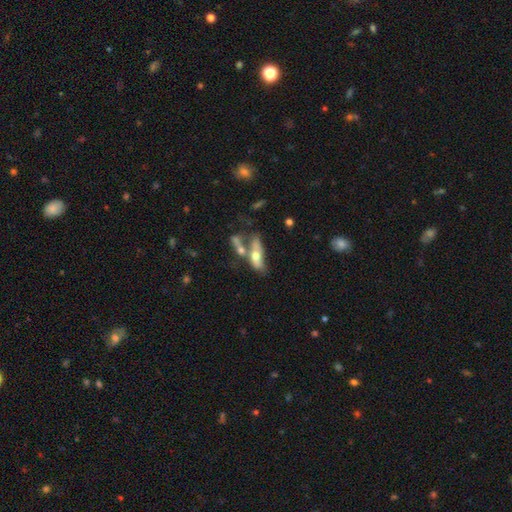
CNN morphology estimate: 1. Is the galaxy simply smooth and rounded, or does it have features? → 49% smooth, 43% featured or disk, 8% star or artifact.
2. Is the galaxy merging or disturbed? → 47% merger, 24% none, 14% minor disturbance, 14% major disturbance.